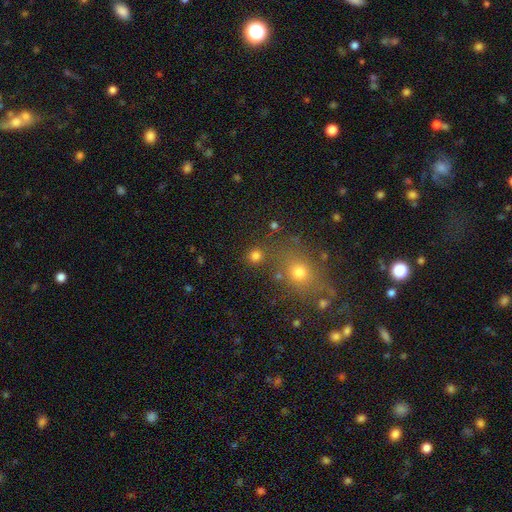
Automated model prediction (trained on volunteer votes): This is likely a smooth galaxy (77%). How rounded: clearly round (90%). Merging: likely none (79%).